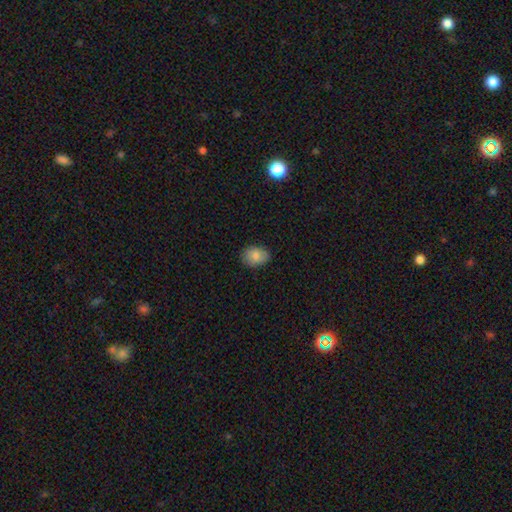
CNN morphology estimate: type=smooth (85%); roundness=in between (68%); merging=none (83%).